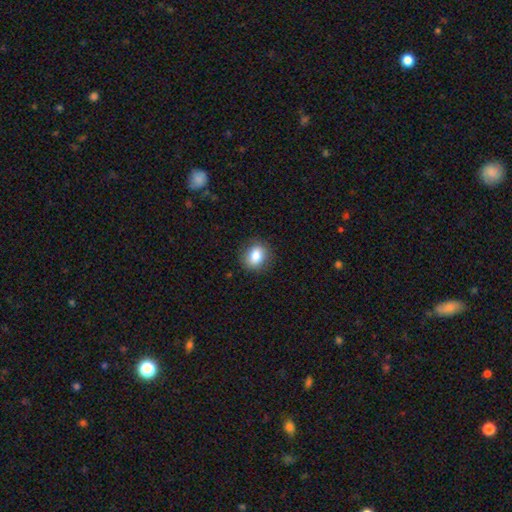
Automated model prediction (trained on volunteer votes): Overall: smooth (83%). How rounded: round (55%; in between 44%). Merging: none (87%).